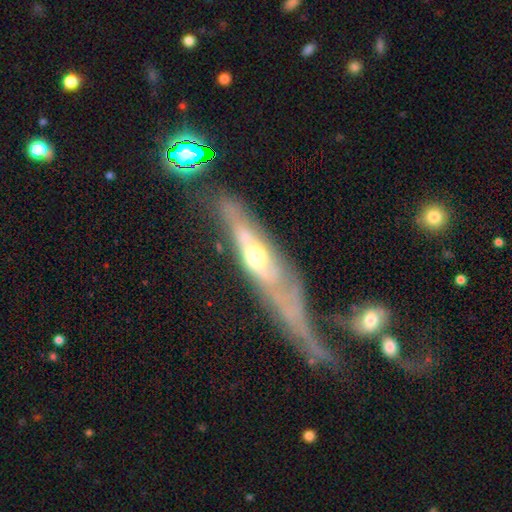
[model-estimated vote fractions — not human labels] Morphology: type=featured or disk (71%); edge-on=no (52%); merging=major disturbance (37%).